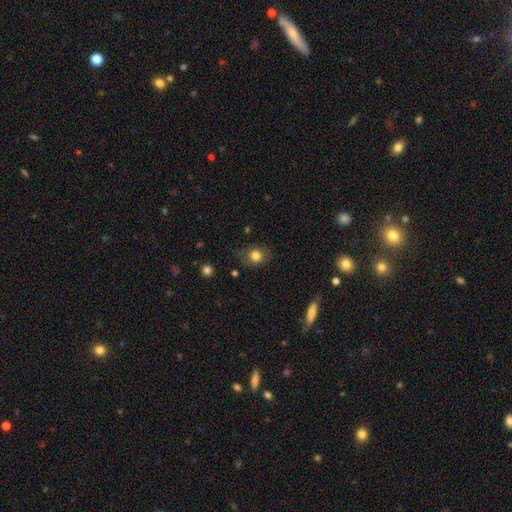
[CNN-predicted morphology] Smooth or featured?
  - smooth: 80% *
  - featured or disk: 11%
  - star or artifact: 10%
How rounded?
  - round: 66% *
  - in between: 33%
  - cigar-shaped: 1%
Merging?
  - none: 74% *
  - minor disturbance: 18%
  - major disturbance: 6%
  - merger: 2%